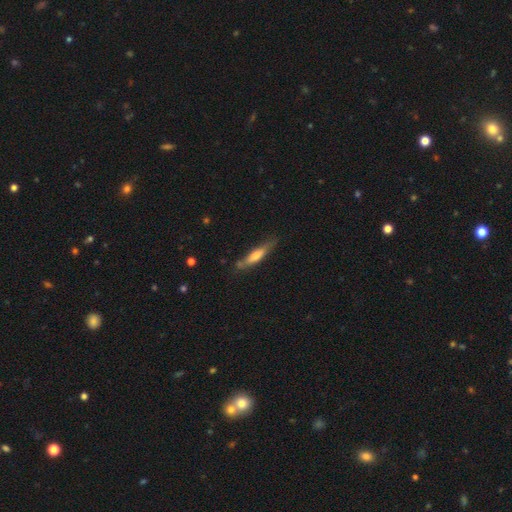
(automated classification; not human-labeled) Smooth or featured? smooth (49%)
Merging? none (71%)